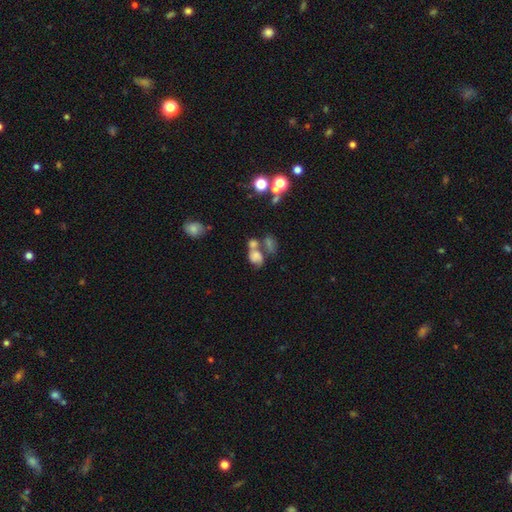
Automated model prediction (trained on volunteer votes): Smooth or featured: smooth — 52% (featured or disk — 32%)
How rounded: in between — 62% (round — 36%)
Merging: merger — 54% (none — 20%)